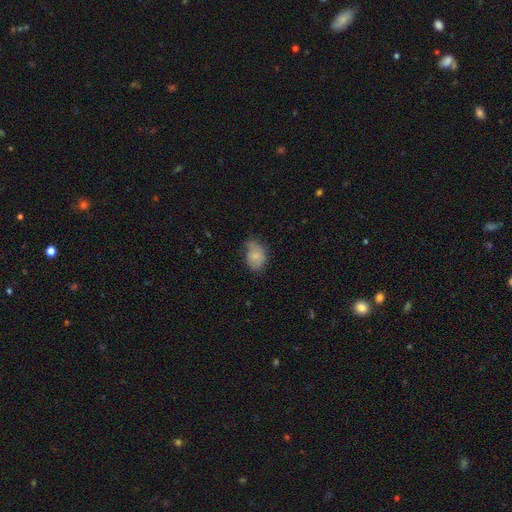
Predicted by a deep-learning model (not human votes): This appears to be a smooth galaxy with no disk features (73%) that is in between round and cigar-shaped (77%). Merging: none (41%).